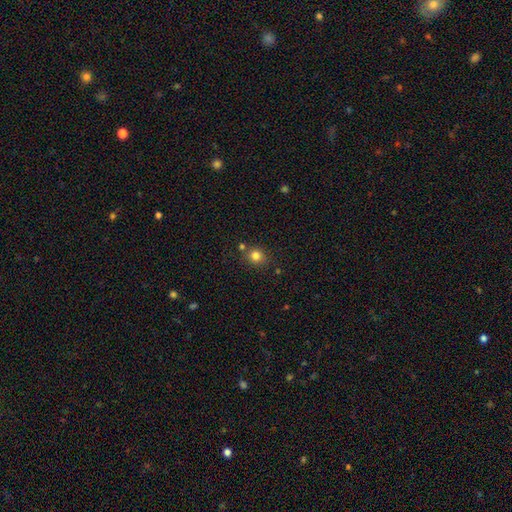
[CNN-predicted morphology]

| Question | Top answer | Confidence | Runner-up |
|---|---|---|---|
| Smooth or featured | smooth | 81% | star or artifact (13%) |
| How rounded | round | 78% | in between (21%) |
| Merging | none | 76% | minor disturbance (11%) |